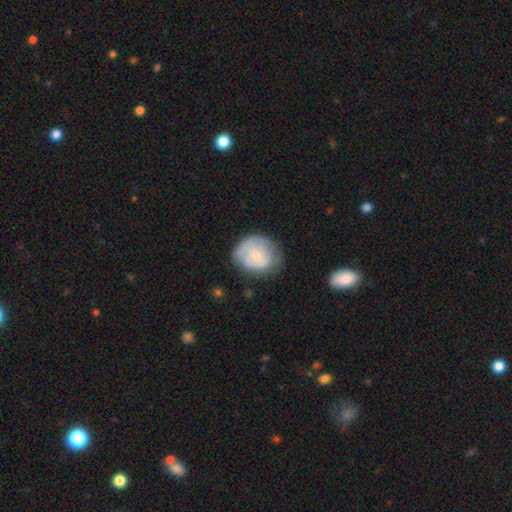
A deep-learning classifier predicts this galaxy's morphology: Smooth or featured: smooth — 49% (featured or disk — 45%)
Merging: none — 57% (minor disturbance — 29%)